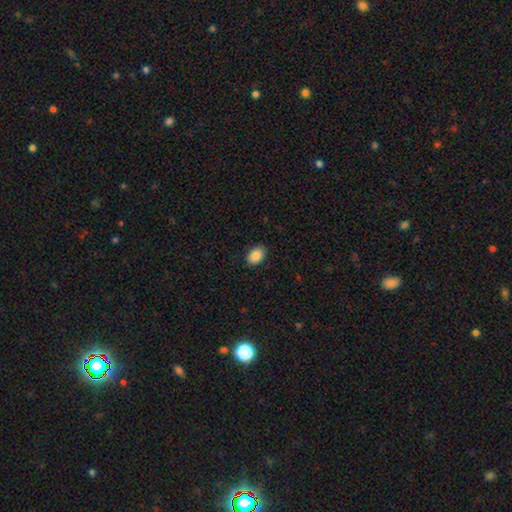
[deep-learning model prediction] smooth-or-featured: smooth: 89% | star or artifact: 7% | featured or disk: 4%
  how-rounded: in between: 86% | round: 13% | cigar-shaped: 1%
  merging: none: 89% | minor disturbance: 8% | major disturbance: 2% | merger: 1%